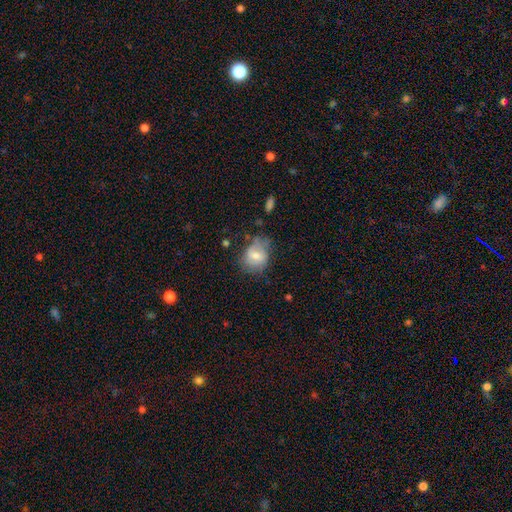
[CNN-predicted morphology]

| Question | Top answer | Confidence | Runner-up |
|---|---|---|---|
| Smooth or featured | smooth | 64% | featured or disk (28%) |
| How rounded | round | 50% | in between (49%) |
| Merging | none | 52% | minor disturbance (31%) |